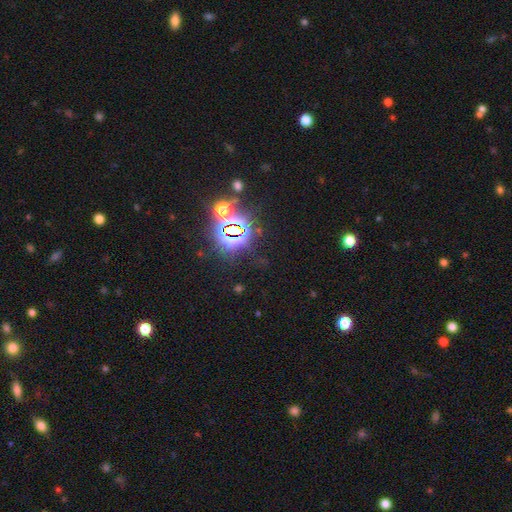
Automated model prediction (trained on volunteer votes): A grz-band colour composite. It shows a star or artifact, not a galaxy (80%).